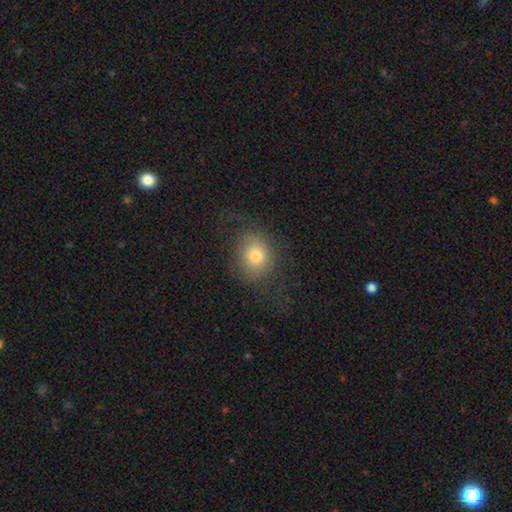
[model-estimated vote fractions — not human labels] Morphology: type=smooth (71%); roundness=round (69%); merging=none (63%).